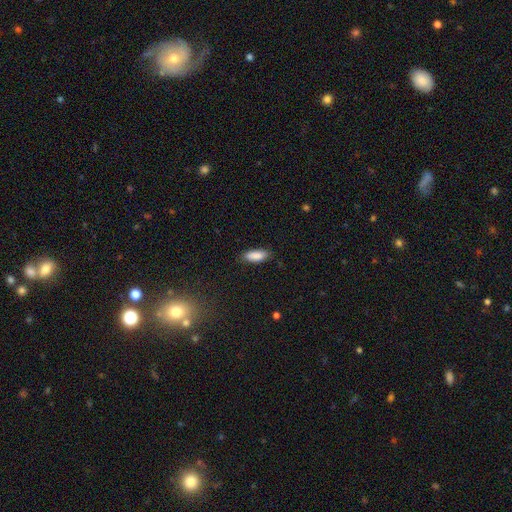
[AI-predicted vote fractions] Smooth or featured: smooth — 88% (star or artifact — 7%)
How rounded: in between — 72% (cigar-shaped — 27%)
Merging: none — 84% (minor disturbance — 13%)